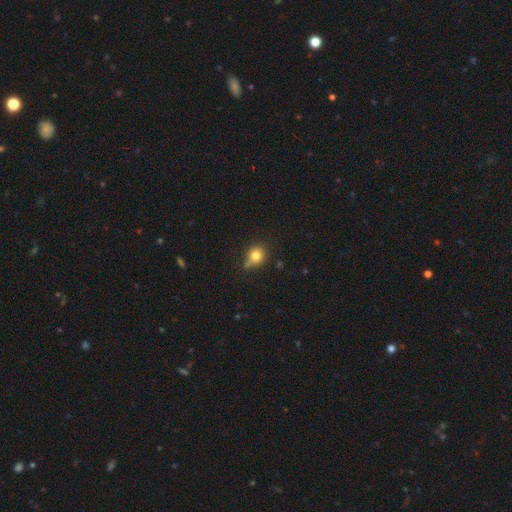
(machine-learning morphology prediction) Smooth or featured?
  - smooth: 77% *
  - star or artifact: 12%
  - featured or disk: 11%
How rounded?
  - round: 76% *
  - in between: 22%
  - cigar-shaped: 2%
Merging?
  - none: 53% *
  - minor disturbance: 28%
  - merger: 9%
  - major disturbance: 9%